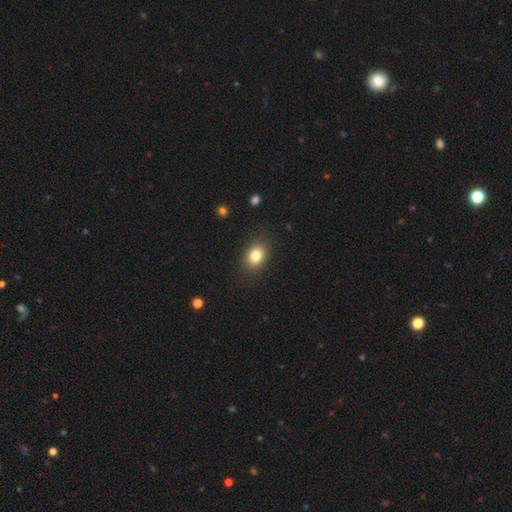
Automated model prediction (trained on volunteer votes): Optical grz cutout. It shows a smooth galaxy with no disk features (81%) that is in between round and cigar-shaped (60%). Merging: none (86%).